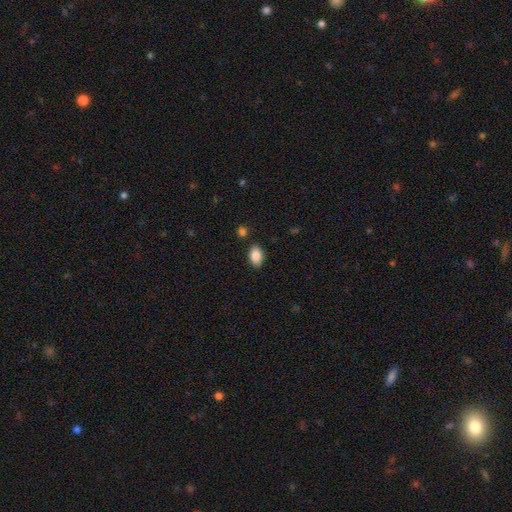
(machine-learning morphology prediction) smooth 86%, star or artifact 7%, featured or disk 7%. Down the decision tree: how rounded — in between (89%); merging — none (85%).